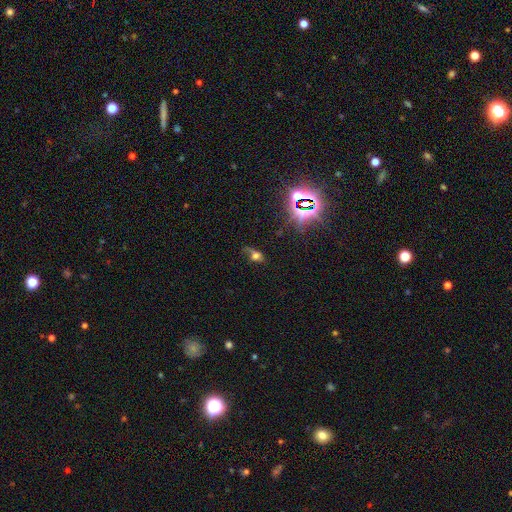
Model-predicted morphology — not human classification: This appears to be a smooth galaxy with no disk features (46%). Merging: none (38%).